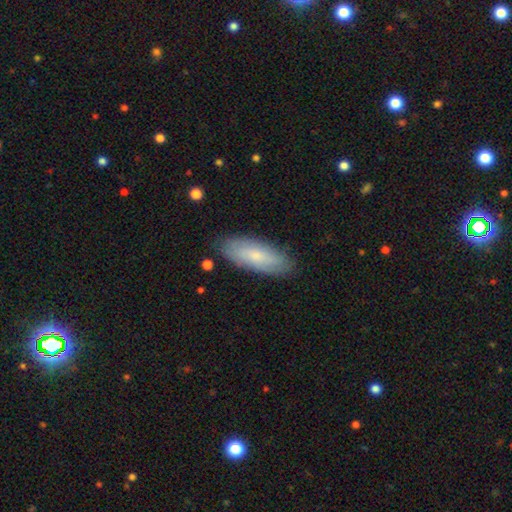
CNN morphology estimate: Smooth or featured: smooth — 73% (featured or disk — 21%)
How rounded: in between — 72% (cigar-shaped — 26%)
Merging: none — 84% (minor disturbance — 12%)